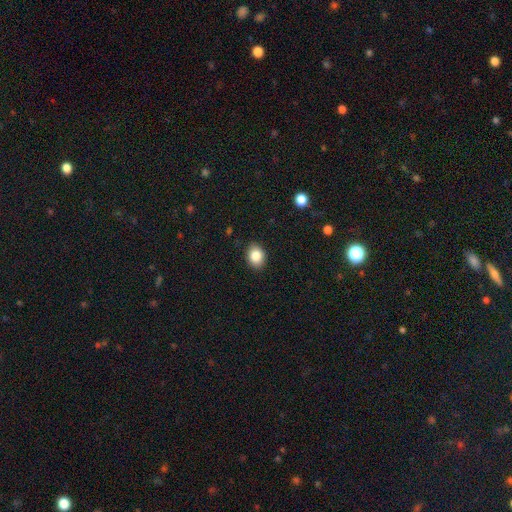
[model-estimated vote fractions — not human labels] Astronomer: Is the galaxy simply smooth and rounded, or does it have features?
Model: smooth — 86%.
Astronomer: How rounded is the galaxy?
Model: in between — 62%.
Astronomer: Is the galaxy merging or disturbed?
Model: none — 88%.